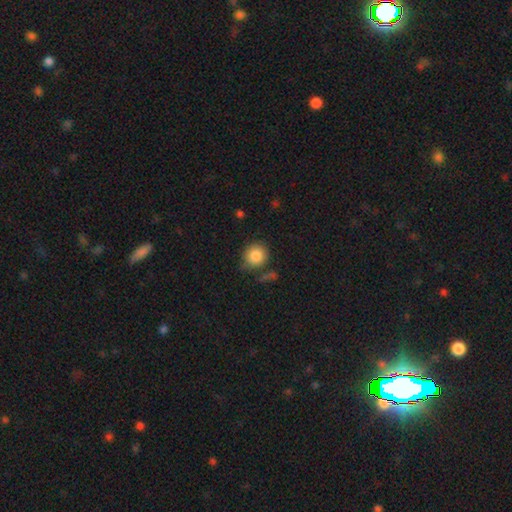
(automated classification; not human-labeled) This appears to be a smooth galaxy with no disk features (85%) that is round (90%). Merging: none (77%).